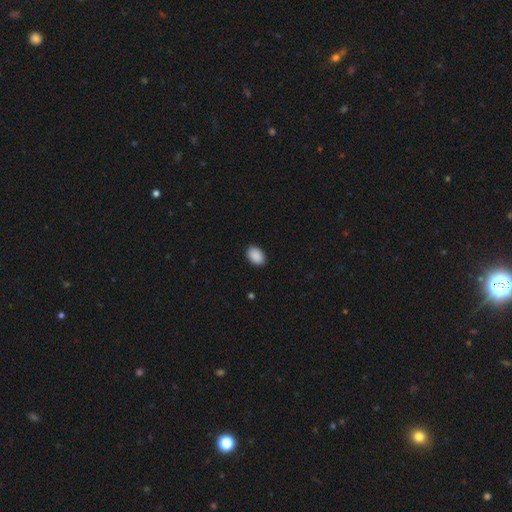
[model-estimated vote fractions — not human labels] Smooth or featured? Predicted: smooth (p=0.91). How rounded? Predicted: in between (p=0.86). Merging? Predicted: none (p=0.90).